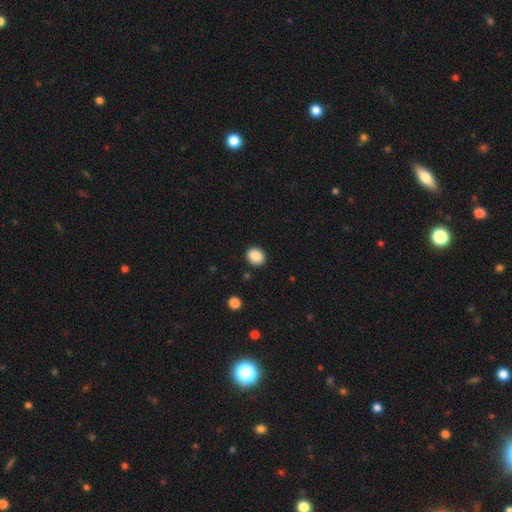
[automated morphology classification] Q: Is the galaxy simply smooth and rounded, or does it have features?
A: smooth — 88%.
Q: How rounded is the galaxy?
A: round — 66%.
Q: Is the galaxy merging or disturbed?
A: none — 89%.